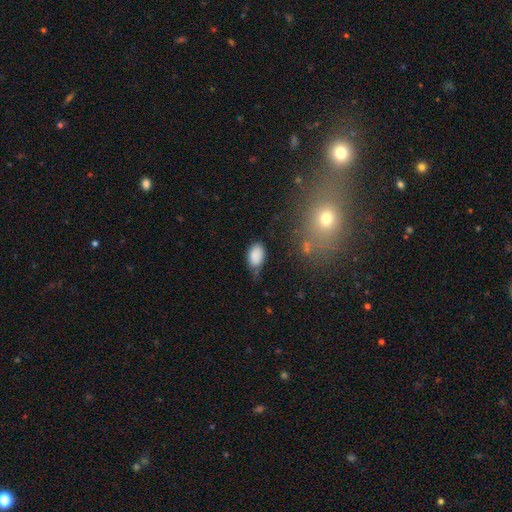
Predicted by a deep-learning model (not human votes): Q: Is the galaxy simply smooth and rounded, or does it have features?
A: smooth — 86%.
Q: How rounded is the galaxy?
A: in between — 90%.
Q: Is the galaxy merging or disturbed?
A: none — 55%.